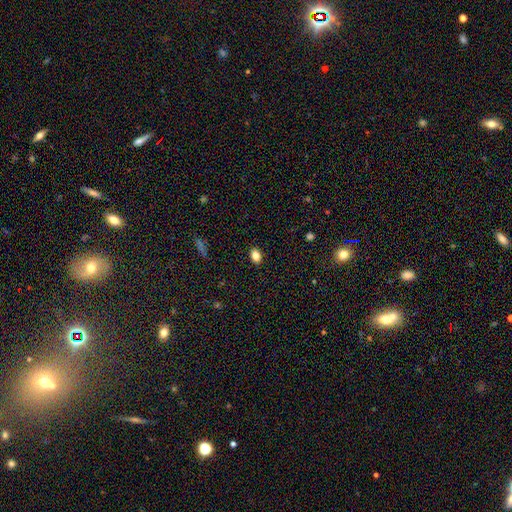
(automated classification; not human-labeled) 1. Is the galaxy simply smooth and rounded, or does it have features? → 83% smooth, 10% star or artifact, 6% featured or disk.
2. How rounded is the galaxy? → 78% in between, 20% round, 2% cigar-shaped.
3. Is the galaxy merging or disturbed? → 89% none, 8% minor disturbance, 2% major disturbance, 1% merger.